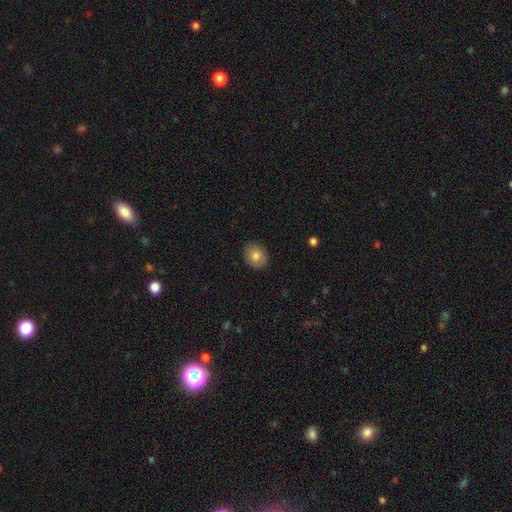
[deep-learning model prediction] Smooth or featured: smooth — 81% (featured or disk — 11%)
How rounded: round — 51% (in between — 48%)
Merging: none — 89% (minor disturbance — 8%)